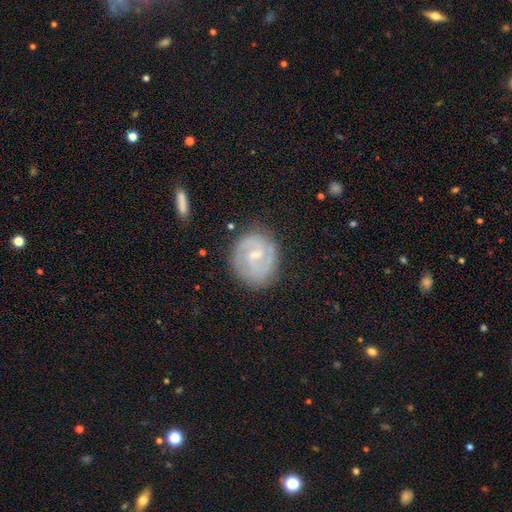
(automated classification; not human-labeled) This appears to be a featured or disk galaxy (81%) with a weak bar (59%), 2 (82%) medium (45%) spiral arms (95%) and a small central bulge (61%). Merging: none (81%).